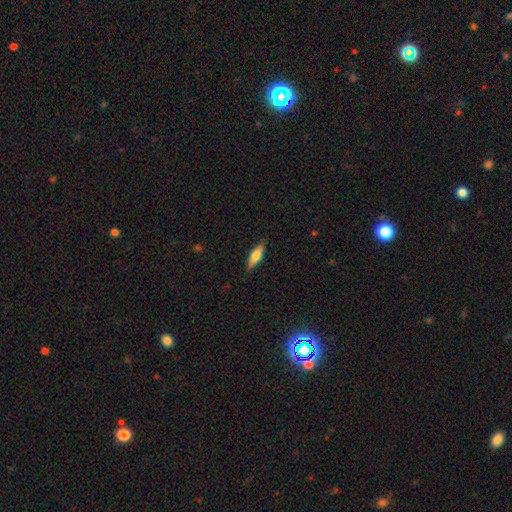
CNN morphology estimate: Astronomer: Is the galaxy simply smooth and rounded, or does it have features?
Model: smooth — 58% (runner-up: featured or disk, 36%).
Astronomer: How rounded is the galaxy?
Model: cigar-shaped — 51% (runner-up: in between, 46%).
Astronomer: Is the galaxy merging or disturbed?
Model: none — 85%.